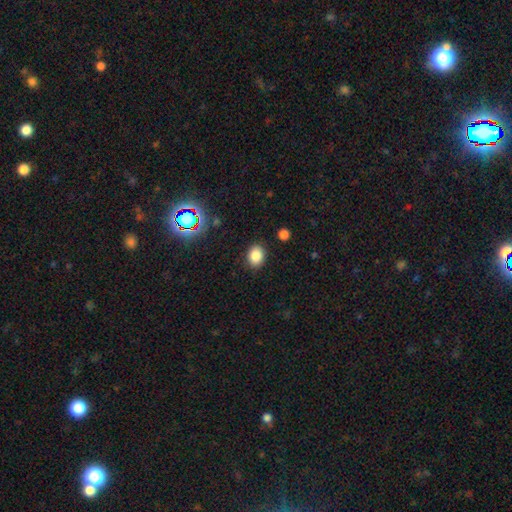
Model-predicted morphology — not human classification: A smooth galaxy with no disk features (84%) that is in between round and cigar-shaped (55%). Merging: none (87%).